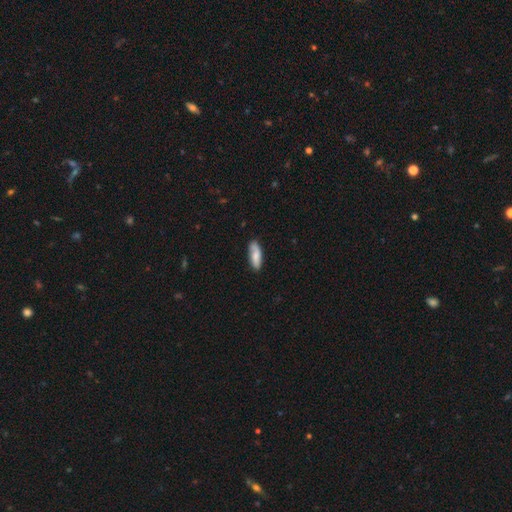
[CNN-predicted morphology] Smooth or featured? smooth (70%)
How rounded? in between (60%)
Merging? none (79%)